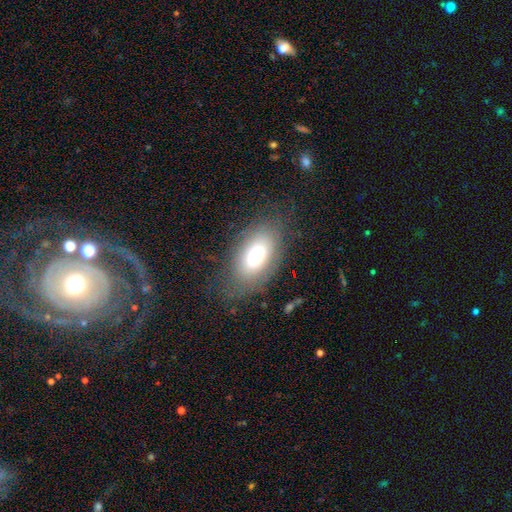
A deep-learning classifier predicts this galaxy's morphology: Smooth or featured? Predicted: smooth (p=0.70). How rounded? Predicted: in between (p=0.90). Merging? Predicted: none (p=0.74).